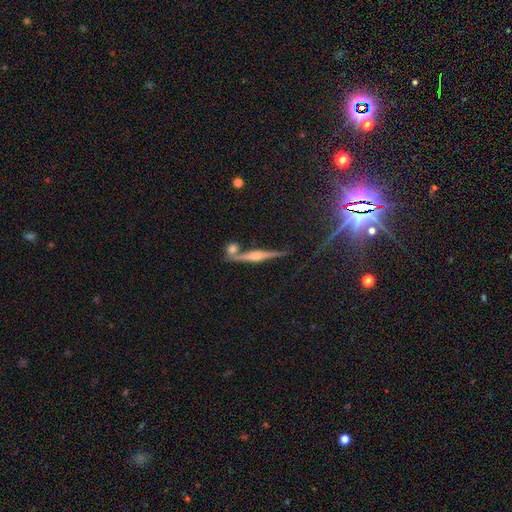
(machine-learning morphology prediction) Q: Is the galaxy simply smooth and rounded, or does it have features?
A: featured or disk — 54%.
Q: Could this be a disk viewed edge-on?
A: yes — 86%.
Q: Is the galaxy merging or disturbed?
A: none — 52%.